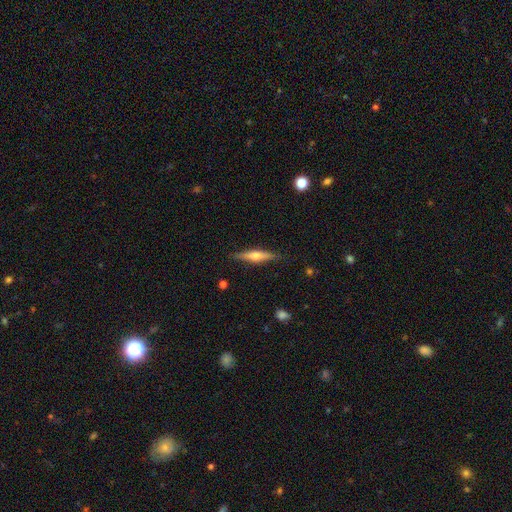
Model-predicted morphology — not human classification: This appears to be a featured or disk galaxy (61%) viewed edge-on (96%) with a rounded central bulge (89%). Merging: none (86%).